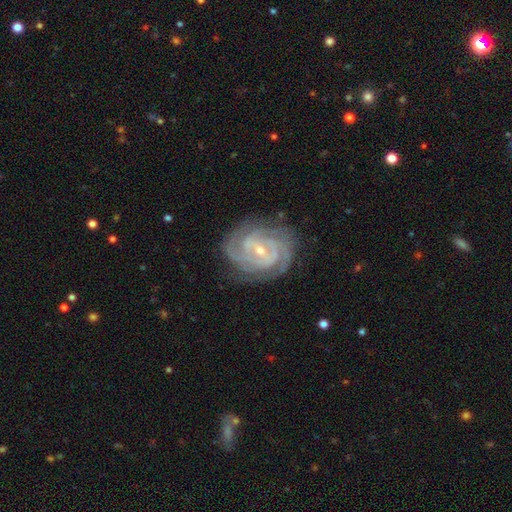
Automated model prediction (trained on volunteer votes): featured or disk 81%, star or artifact 10%, smooth 9%. Down the decision tree: edge-on disk — no (97%); bar — weak (43%); spiral arms — yes (97%); spiral arm count — can't tell (26%); spiral winding — tight (73%); bulge size — small (73%); merging — none (80%).